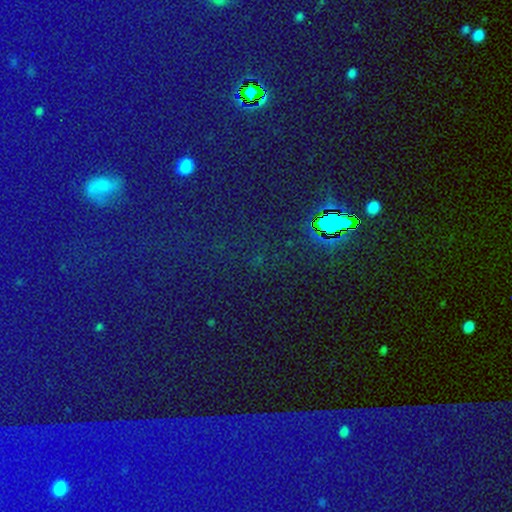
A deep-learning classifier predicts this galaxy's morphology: type=star or artifact (80%).